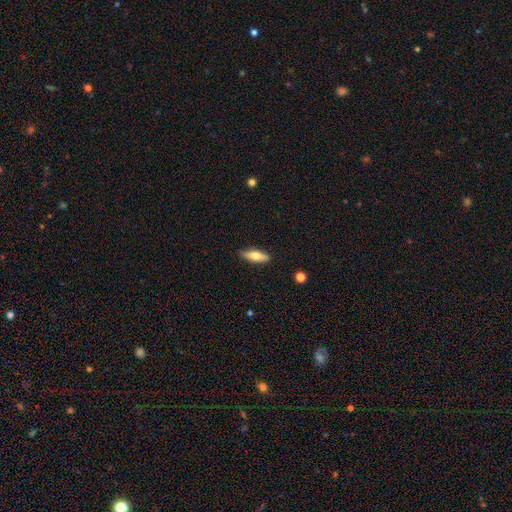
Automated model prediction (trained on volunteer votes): Overall: smooth (65%; featured or disk 29%). How rounded: in between (52%; cigar-shaped 45%). Merging: none (88%).